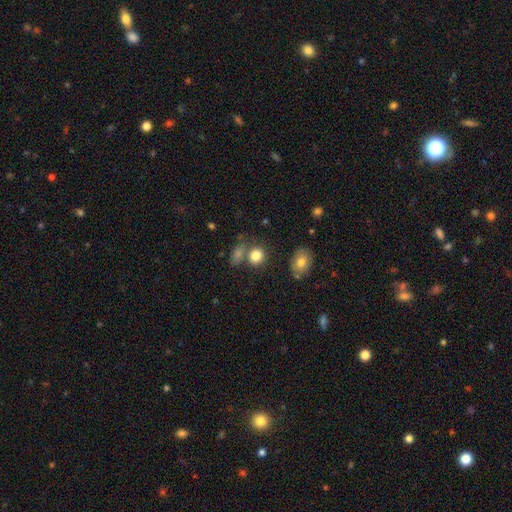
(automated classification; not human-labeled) This is clearly a smooth galaxy (82%). How rounded: likely round (75%). Merging: likely none (65%).